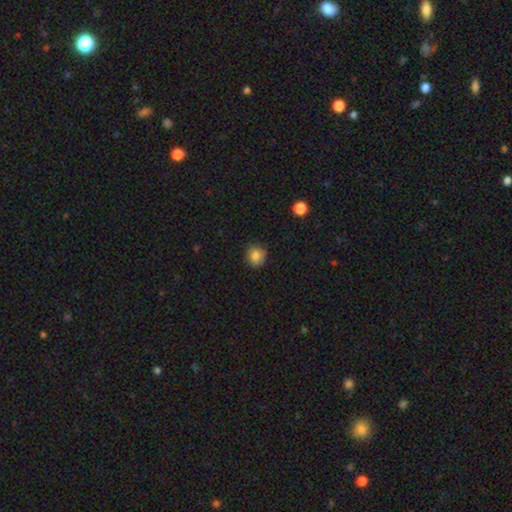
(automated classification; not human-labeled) A smooth galaxy with no disk features (83%) that is round (88%). Merging: none (86%).